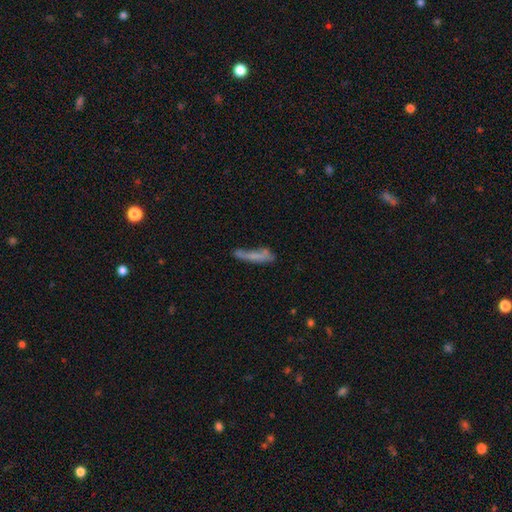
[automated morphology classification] Smooth or featured? Predicted: smooth (p=0.58). How rounded? Predicted: cigar-shaped (p=0.80). Merging? Predicted: none (p=0.42).